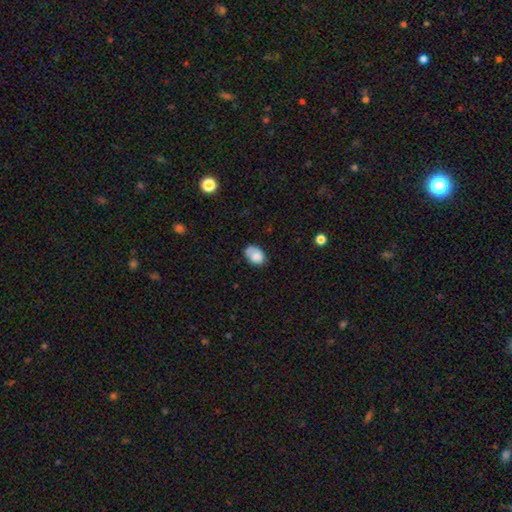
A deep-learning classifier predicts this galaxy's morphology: Smooth or featured? Predicted: smooth (p=0.76). How rounded? Predicted: in between (p=0.80). Merging? Predicted: none (p=0.59).